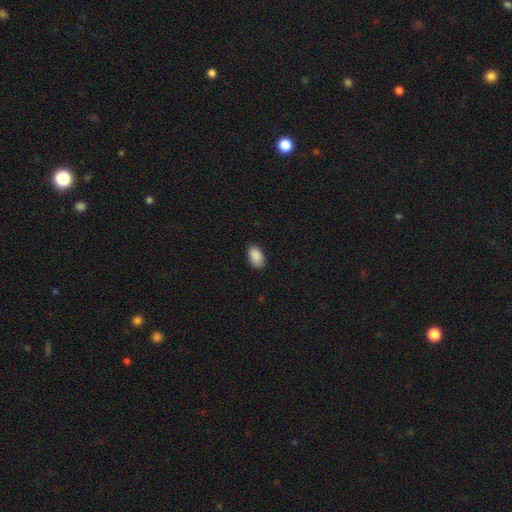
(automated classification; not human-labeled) Morphology: type=smooth (90%); roundness=in between (93%); merging=none (86%).